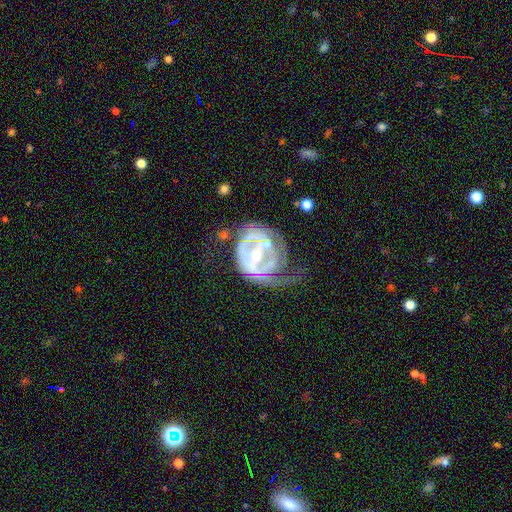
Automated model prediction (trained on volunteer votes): featured or disk 85%, smooth 10%, star or artifact 6%. Down the decision tree: edge-on disk — no (97%); bar — weak (36%); spiral arms — yes (74%); spiral arm count — 2 (37%); spiral winding — tight (51%); bulge size — small (48%, tied with moderate); merging — major disturbance (42%).